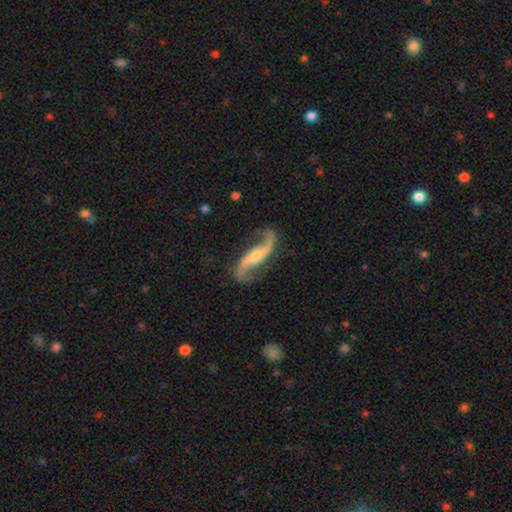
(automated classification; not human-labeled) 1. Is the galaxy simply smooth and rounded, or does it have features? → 92% featured or disk, 4% smooth, 4% star or artifact.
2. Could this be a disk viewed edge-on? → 93% no, 7% yes.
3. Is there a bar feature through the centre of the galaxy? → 37% no, 34% strong, 29% weak.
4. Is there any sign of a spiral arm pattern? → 97% yes, 3% no.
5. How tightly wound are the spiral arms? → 83% loose, 13% medium, 4% tight.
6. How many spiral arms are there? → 94% 2, 2% 1, 1% can't tell, 1% 3, 1% 4, 1% more than 4.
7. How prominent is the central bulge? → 49% small, 43% moderate, 3% none, 3% large, 1% dominant.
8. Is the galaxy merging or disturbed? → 81% none, 12% minor disturbance, 5% major disturbance, 2% merger.